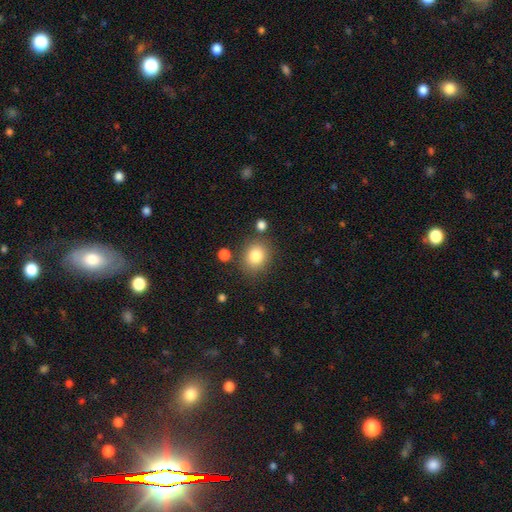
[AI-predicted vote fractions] Smooth or featured?
  - smooth: 83% *
  - star or artifact: 10%
  - featured or disk: 7%
How rounded?
  - round: 67% *
  - in between: 32%
  - cigar-shaped: 1%
Merging?
  - none: 80% *
  - minor disturbance: 11%
  - merger: 5%
  - major disturbance: 4%